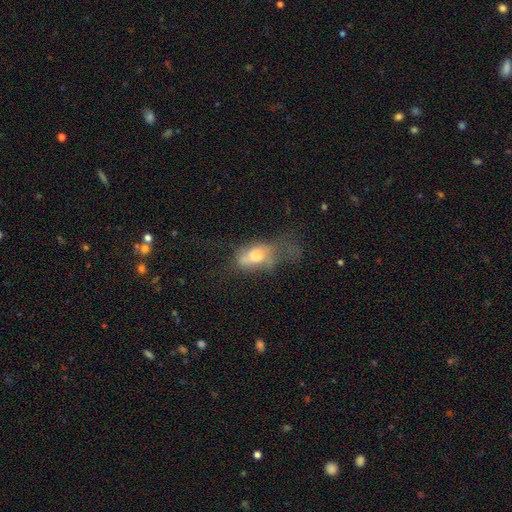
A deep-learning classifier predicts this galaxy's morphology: Smooth or featured?
  - smooth: 56% *
  - featured or disk: 33%
  - star or artifact: 11%
How rounded?
  - in between: 81% *
  - round: 13%
  - cigar-shaped: 6%
Merging?
  - major disturbance: 46% *
  - minor disturbance: 22%
  - none: 21%
  - merger: 10%